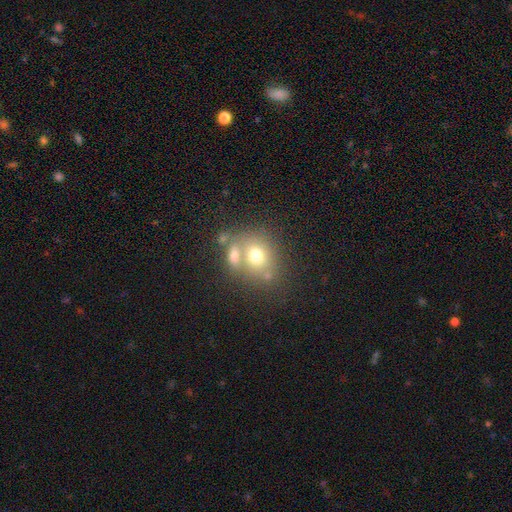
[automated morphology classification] Smooth or featured?
  - smooth: 68% *
  - featured or disk: 20%
  - star or artifact: 12%
How rounded?
  - round: 63% *
  - in between: 36%
  - cigar-shaped: 1%
Merging?
  - none: 43% *
  - merger: 40%
  - minor disturbance: 11%
  - major disturbance: 5%